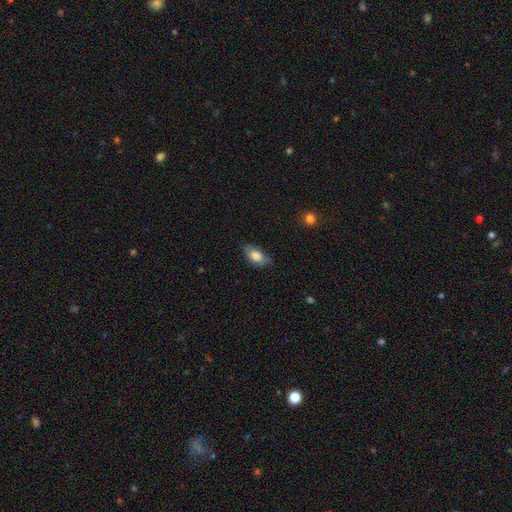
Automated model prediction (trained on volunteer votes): smooth-or-featured: smooth: 81% | featured or disk: 12% | star or artifact: 7%
  how-rounded: in between: 91% | cigar-shaped: 5% | round: 4%
  merging: none: 69% | minor disturbance: 25% | major disturbance: 5% | merger: 1%